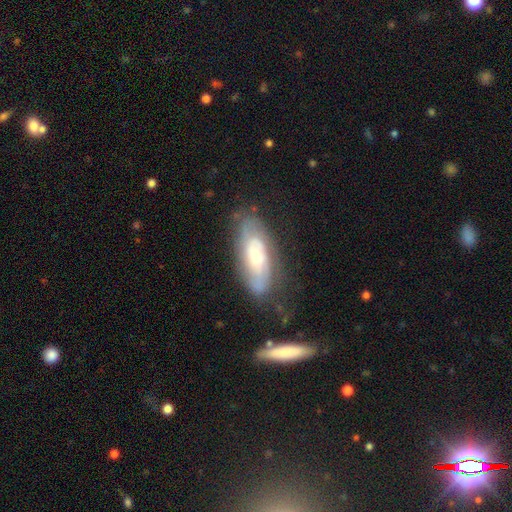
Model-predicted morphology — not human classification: type=featured or disk (67%); edge-on=no (86%); bar=no (62%); spiral arms=yes (85%); bulge=moderate (46%); merging=none (69%).